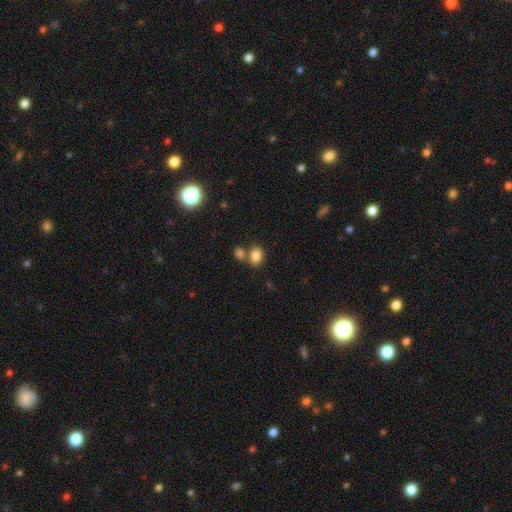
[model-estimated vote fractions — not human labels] smooth-or-featured: smooth: 83% | star or artifact: 11% | featured or disk: 6%
  how-rounded: in between: 53% | round: 46% | cigar-shaped: 1%
  merging: none: 55% | merger: 32% | minor disturbance: 10% | major disturbance: 3%